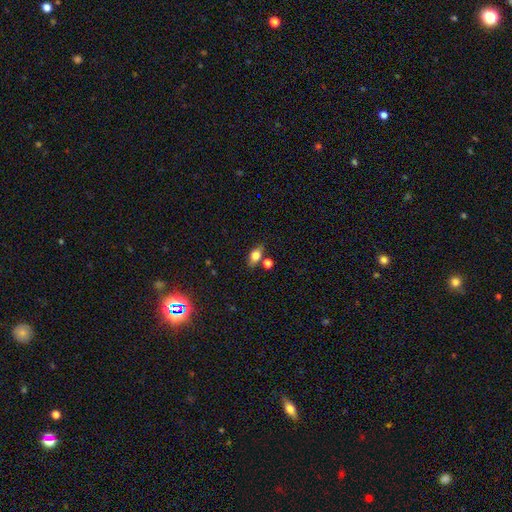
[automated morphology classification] The model was most divided on "smooth or featured": smooth: 70%, featured or disk: 19%, star or artifact: 11%. More confident: how rounded — in between (76%); merging — none (69%).